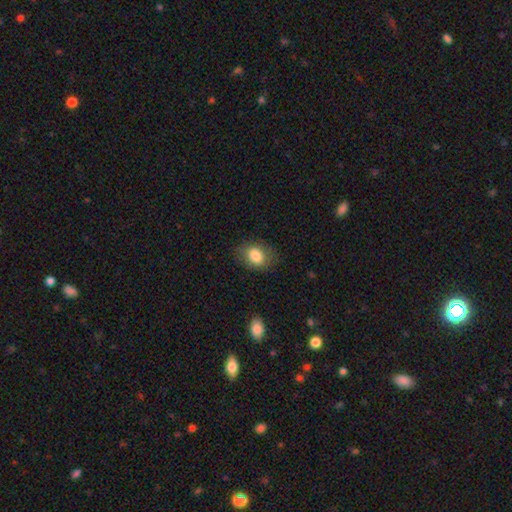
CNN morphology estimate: Smooth or featured? Predicted: smooth (p=0.83). How rounded? Predicted: in between (p=0.71). Merging? Predicted: none (p=0.78).